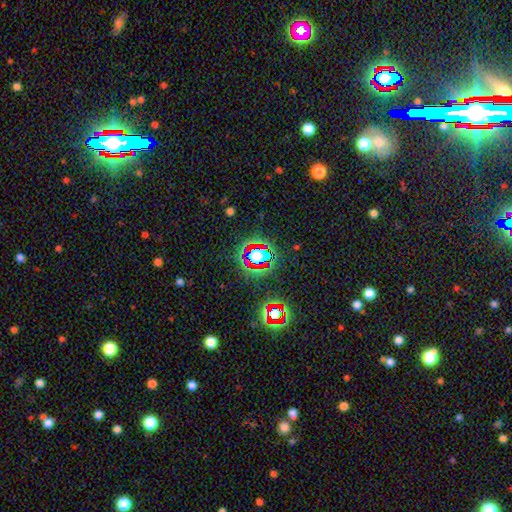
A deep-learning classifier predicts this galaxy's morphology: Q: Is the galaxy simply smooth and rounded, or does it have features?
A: star or artifact — 64%.